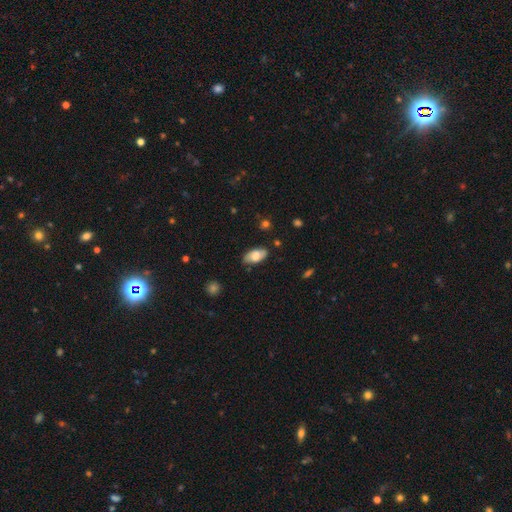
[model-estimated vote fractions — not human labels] Smooth or featured?
  - smooth: 67% *
  - featured or disk: 26%
  - star or artifact: 7%
How rounded?
  - in between: 92% *
  - cigar-shaped: 4%
  - round: 4%
Merging?
  - none: 75% *
  - minor disturbance: 19%
  - major disturbance: 4%
  - merger: 2%